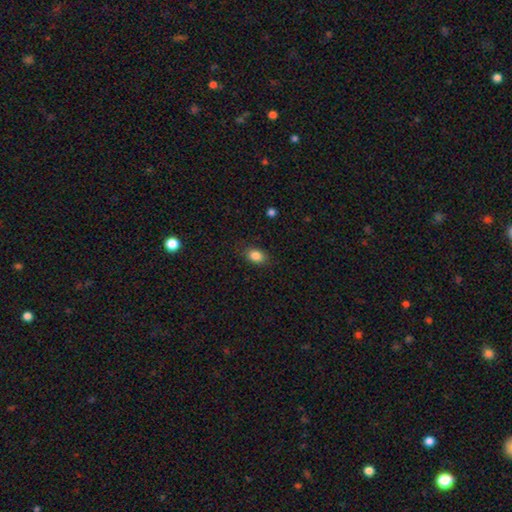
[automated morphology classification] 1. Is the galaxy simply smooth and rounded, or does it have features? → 85% smooth, 9% star or artifact, 5% featured or disk.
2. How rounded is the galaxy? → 72% in between, 26% round, 1% cigar-shaped.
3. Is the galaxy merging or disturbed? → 84% none, 12% minor disturbance, 3% major disturbance, 1% merger.